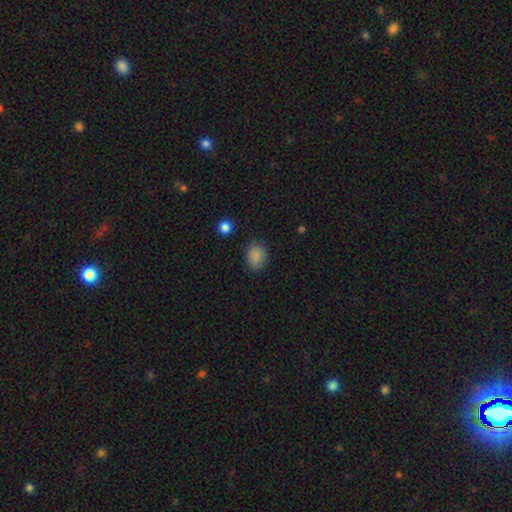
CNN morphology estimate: smooth 86%, star or artifact 10%, featured or disk 4%. Down the decision tree: how rounded — in between (55%); merging — none (82%).